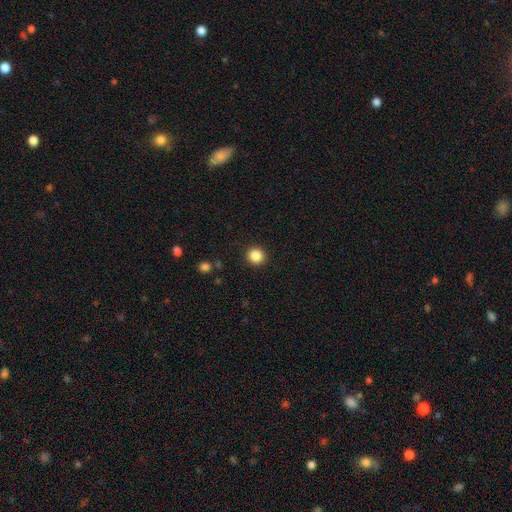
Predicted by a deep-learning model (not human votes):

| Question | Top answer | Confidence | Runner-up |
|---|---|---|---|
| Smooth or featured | smooth | 86% | star or artifact (11%) |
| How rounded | round | 94% | in between (5%) |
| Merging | none | 92% | minor disturbance (5%) |